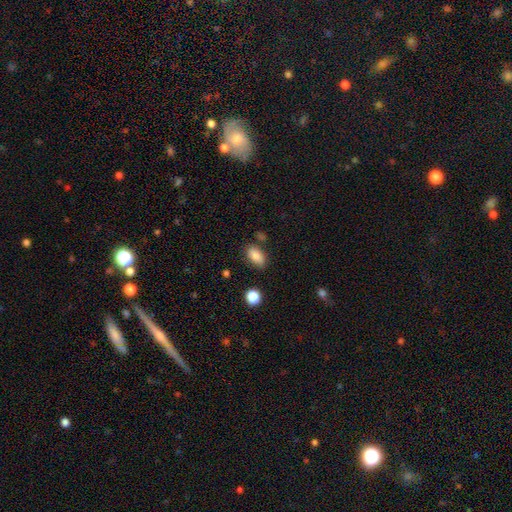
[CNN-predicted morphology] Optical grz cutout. It shows a smooth galaxy with no disk features (86%) that is in between round and cigar-shaped (90%). Merging: none (79%).